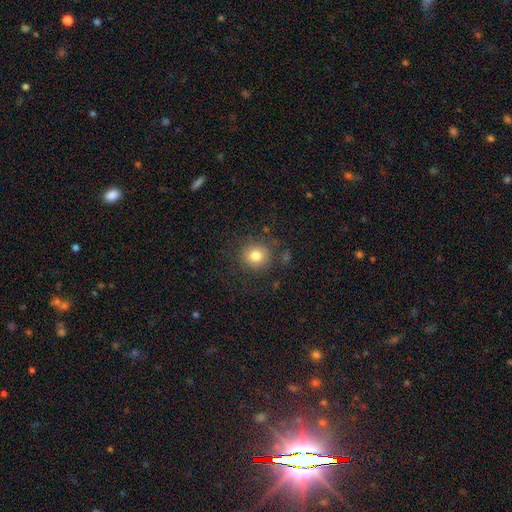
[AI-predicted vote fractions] smooth 79%, star or artifact 11%, featured or disk 10%. Down the decision tree: how rounded — round (89%); merging — none (82%).